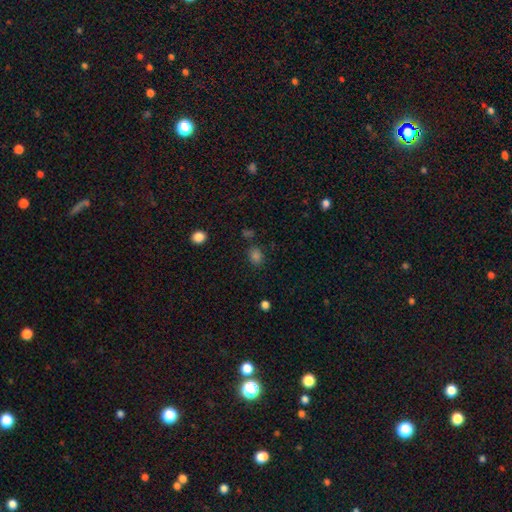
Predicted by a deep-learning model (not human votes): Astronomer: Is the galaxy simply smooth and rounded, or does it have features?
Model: smooth — 73%.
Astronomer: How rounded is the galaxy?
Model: round — 55% (runner-up: in between, 44%).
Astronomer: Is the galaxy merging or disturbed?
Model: none — 81%.